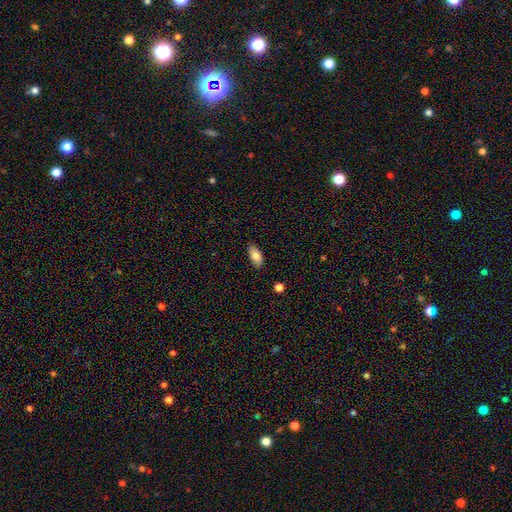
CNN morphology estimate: Smooth or featured? Predicted: smooth (p=0.85). How rounded? Predicted: in between (p=0.91). Merging? Predicted: none (p=0.84).